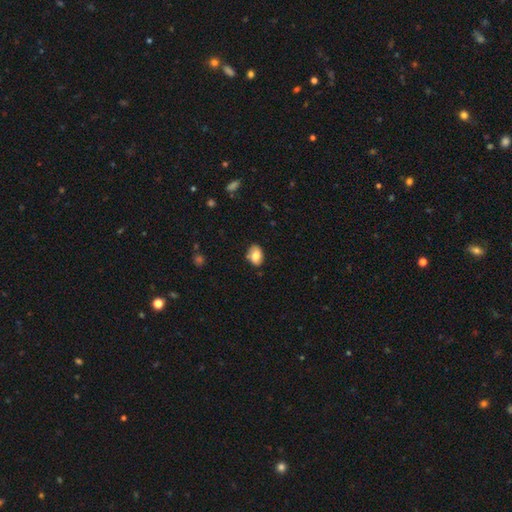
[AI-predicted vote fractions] This appears to be a smooth galaxy with no disk features (68%) that is in between round and cigar-shaped (78%). Merging: none (73%).